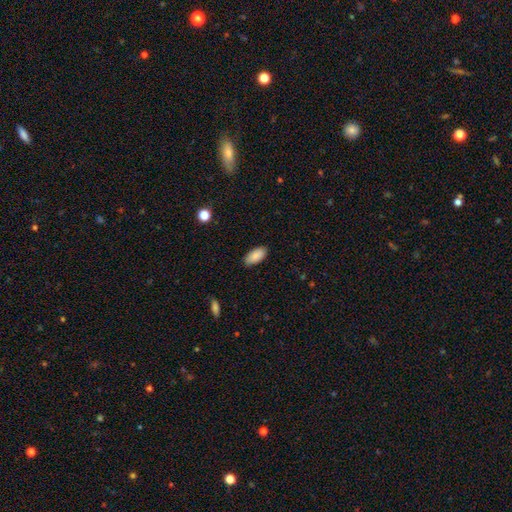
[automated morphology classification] This is clearly a smooth galaxy (87%). How rounded: clearly in between (93%). Merging: clearly none (86%).